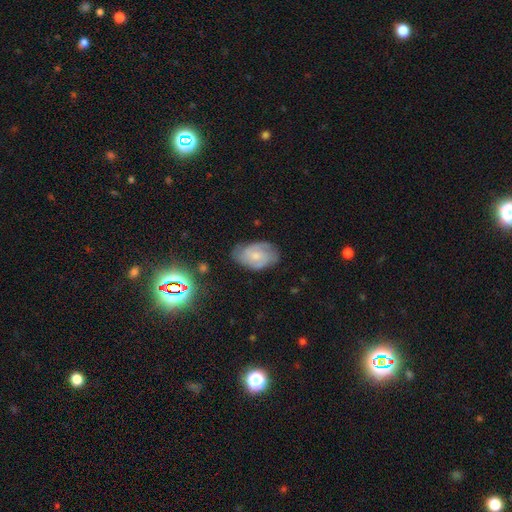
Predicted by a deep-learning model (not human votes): A featured or disk galaxy (57%) with no bar (61%), spiral arms (87%) and a small central bulge (58%). Merging: none (68%).